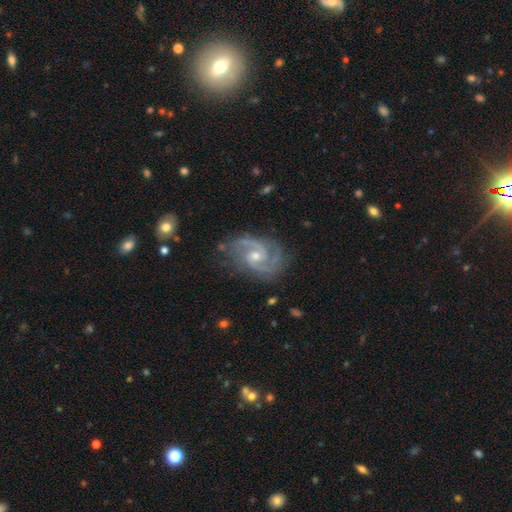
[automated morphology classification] featured or disk 92%, star or artifact 5%, smooth 3%. Down the decision tree: edge-on disk — no (98%); bar — no (53%); spiral arms — yes (98%); spiral arm count — 2 (78%); spiral winding — medium (56%); bulge size — small (48%, tied with moderate); merging — none (74%).